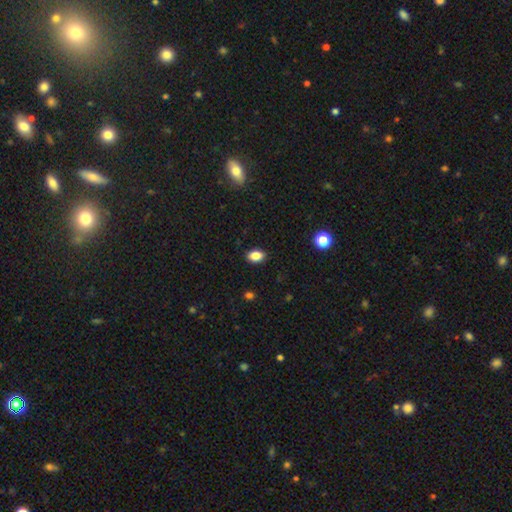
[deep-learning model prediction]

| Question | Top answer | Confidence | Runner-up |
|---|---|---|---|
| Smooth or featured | smooth | 86% | star or artifact (10%) |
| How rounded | in between | 82% | round (17%) |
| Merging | none | 89% | minor disturbance (8%) |